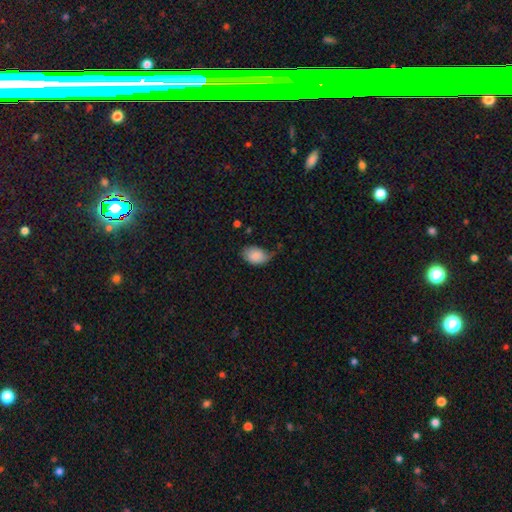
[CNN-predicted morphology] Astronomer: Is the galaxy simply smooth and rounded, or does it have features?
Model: smooth — 83%.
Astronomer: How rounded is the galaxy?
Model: in between — 83%.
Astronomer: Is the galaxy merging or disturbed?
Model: minor disturbance — 42% (runner-up: none, 37%).